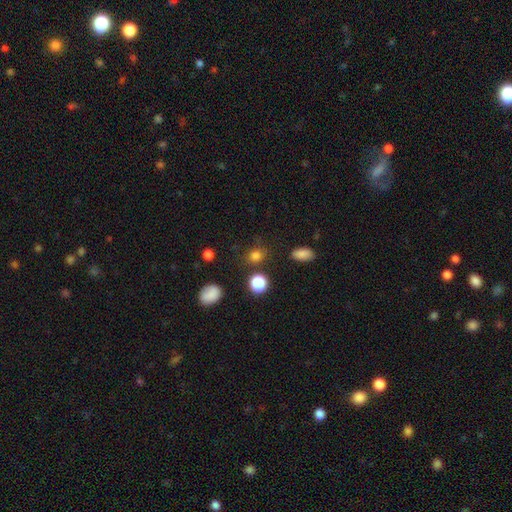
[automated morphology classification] A smooth galaxy with no disk features (79%) that is round (70%). Merging: none (80%).